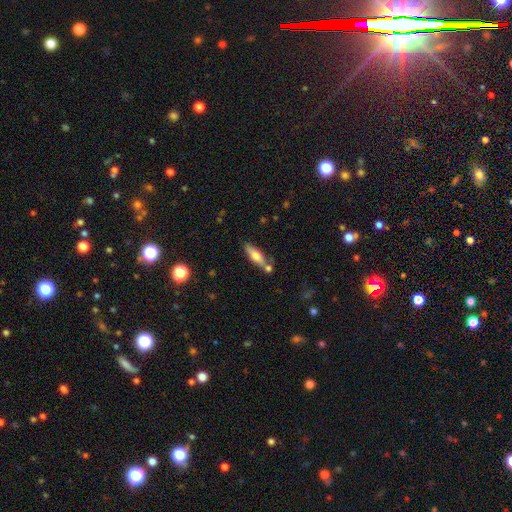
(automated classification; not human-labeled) Smooth or featured?
  - smooth: 65% *
  - featured or disk: 28%
  - star or artifact: 7%
How rounded?
  - cigar-shaped: 56% *
  - in between: 42%
  - round: 2%
Merging?
  - none: 63% *
  - merger: 19%
  - minor disturbance: 14%
  - major disturbance: 4%